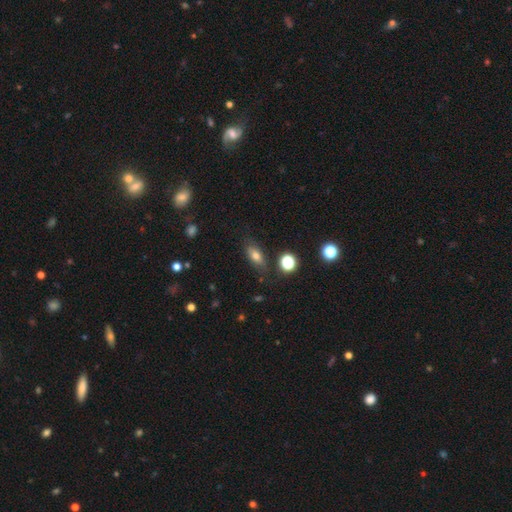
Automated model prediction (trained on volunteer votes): smooth 73%, featured or disk 14%, star or artifact 13%. Down the decision tree: how rounded — in between (77%); merging — none (77%).